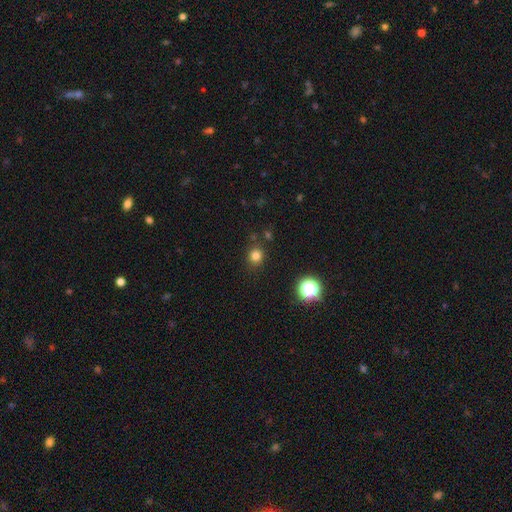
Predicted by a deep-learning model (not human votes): Smooth or featured: smooth — 79% (star or artifact — 16%)
How rounded: round — 84% (in between — 15%)
Merging: none — 85% (minor disturbance — 9%)